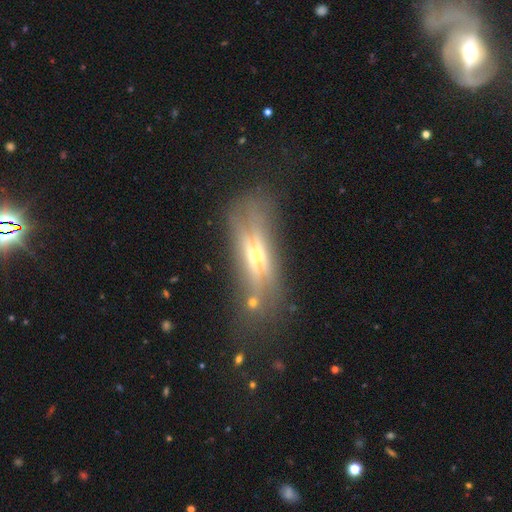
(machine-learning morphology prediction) Overall: featured or disk (69%). Edge-on disk: yes (81%). Edge-on bulge: rounded (89%). Merging: none (66%).